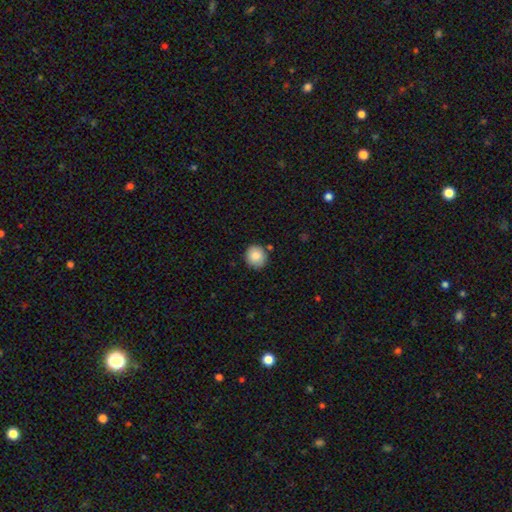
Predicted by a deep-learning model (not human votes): A smooth galaxy with no disk features (86%) that is round (86%). Merging: none (84%).